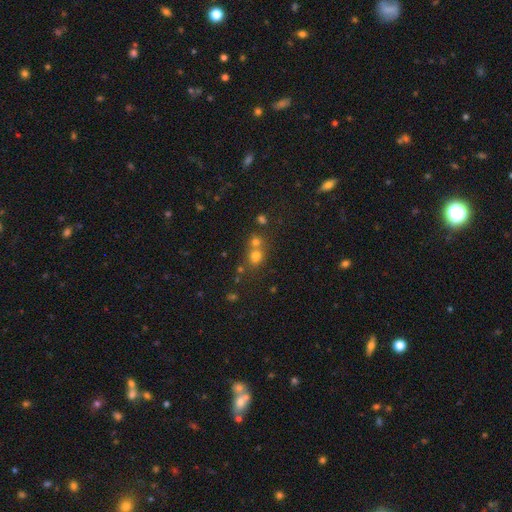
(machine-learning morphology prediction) Smooth or featured?
  - smooth: 69% *
  - star or artifact: 20%
  - featured or disk: 12%
How rounded?
  - round: 77% *
  - in between: 22%
  - cigar-shaped: 1%
Merging?
  - merger: 47% *
  - none: 43%
  - minor disturbance: 7%
  - major disturbance: 3%